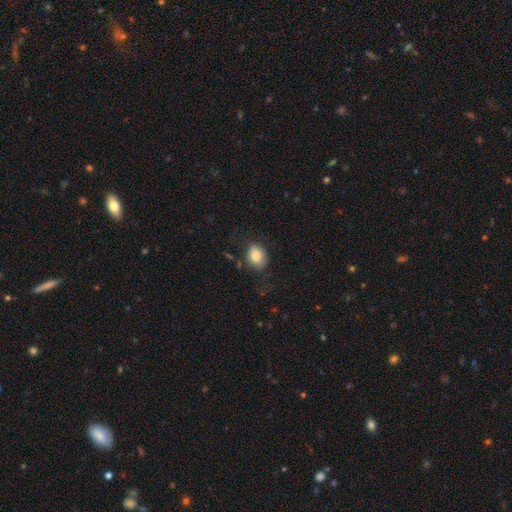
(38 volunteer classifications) A smooth galaxy with no disk features (89%) that is in between round and cigar-shaped (65%). Merging: none (78%).